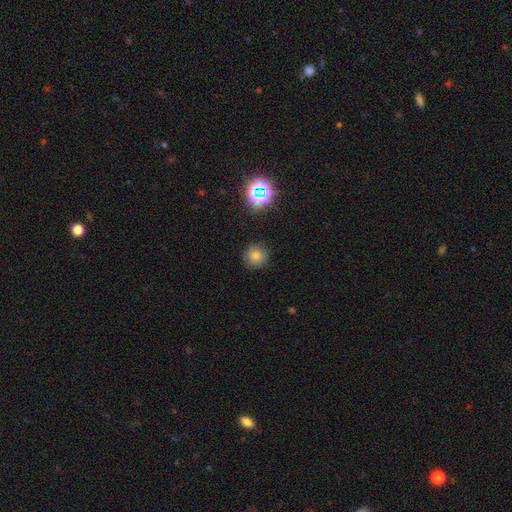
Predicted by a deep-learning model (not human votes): Smooth or featured: smooth — 77% (star or artifact — 17%)
How rounded: round — 93% (in between — 6%)
Merging: none — 88% (minor disturbance — 8%)